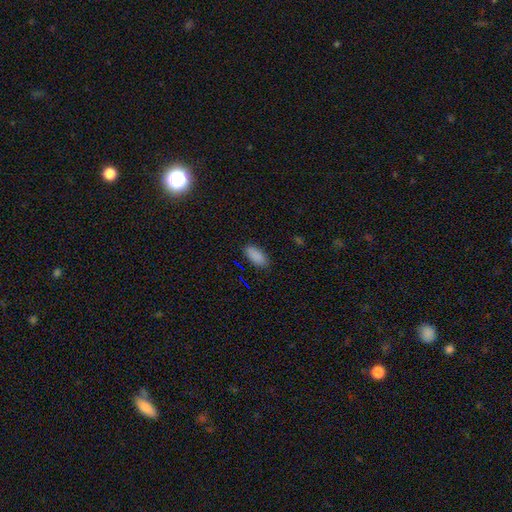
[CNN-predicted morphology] This appears to be a smooth galaxy with no disk features (87%) that is in between round and cigar-shaped (89%). Merging: none (86%).